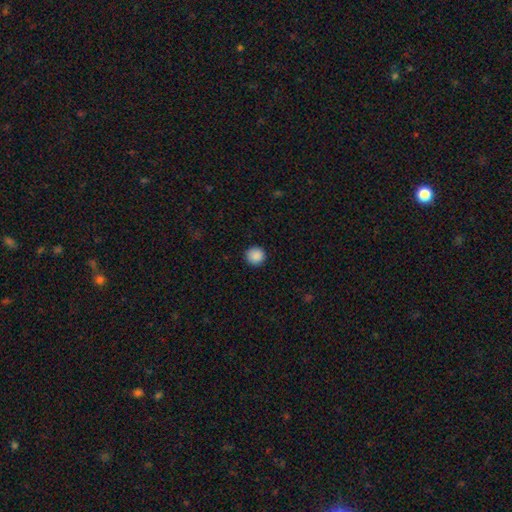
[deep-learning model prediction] Smooth or featured: smooth — 89% (star or artifact — 9%)
How rounded: round — 95% (in between — 4%)
Merging: none — 92% (minor disturbance — 5%)